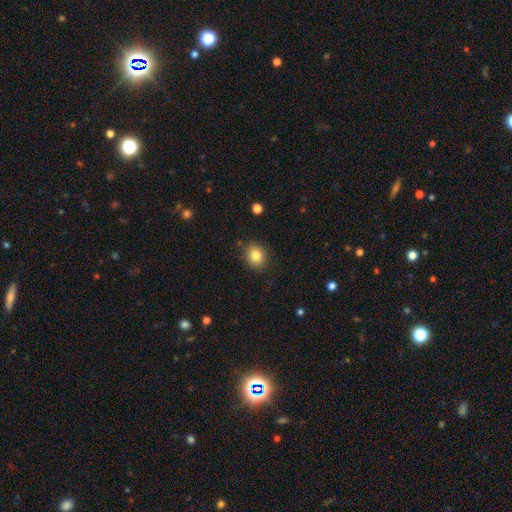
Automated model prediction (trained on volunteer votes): This appears to be a smooth galaxy with no disk features (84%) that is round (69%). Merging: none (88%).